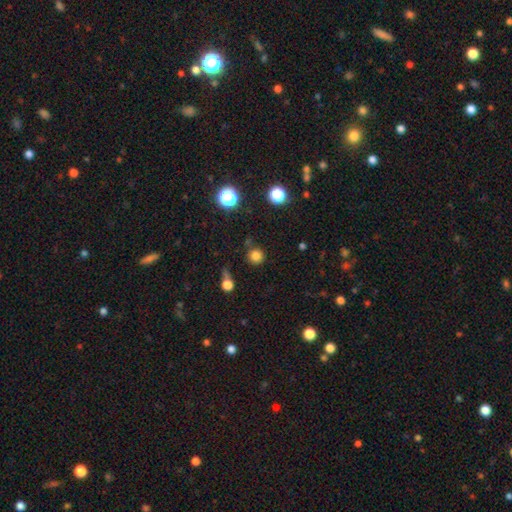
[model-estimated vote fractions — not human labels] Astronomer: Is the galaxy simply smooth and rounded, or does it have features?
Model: smooth — 80%.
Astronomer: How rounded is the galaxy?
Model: round — 93%.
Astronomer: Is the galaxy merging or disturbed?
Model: none — 80%.